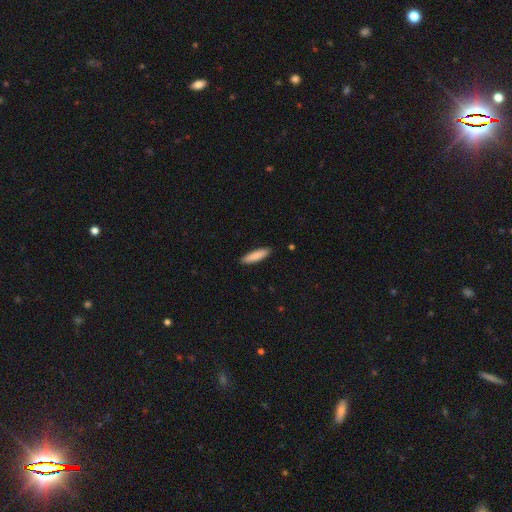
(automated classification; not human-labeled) Smooth or featured? smooth (86%)
How rounded? cigar-shaped (74%)
Merging? none (89%)